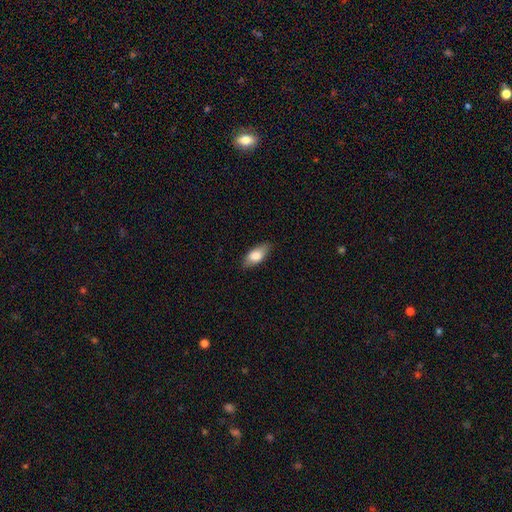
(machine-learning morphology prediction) Smooth or featured: smooth — 78% (featured or disk — 16%)
How rounded: in between — 84% (cigar-shaped — 12%)
Merging: none — 82% (minor disturbance — 14%)